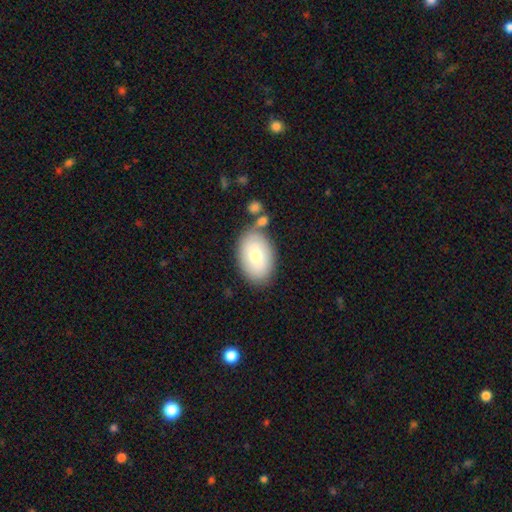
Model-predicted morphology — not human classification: A smooth galaxy with no disk features (72%) that is in between round and cigar-shaped (88%). Merging: none (72%).